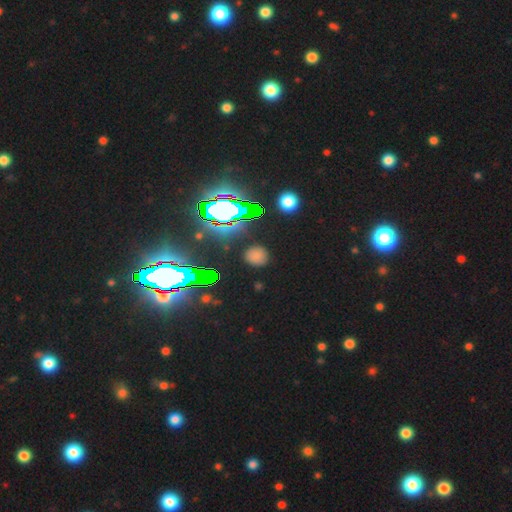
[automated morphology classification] Smooth or featured? smooth (61%)
How rounded? round (81%)
Merging? none (88%)